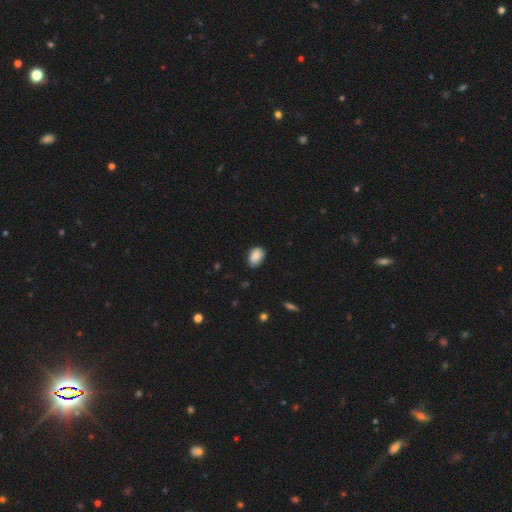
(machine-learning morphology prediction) Smooth or featured? smooth (86%)
How rounded? in between (82%)
Merging? none (75%)